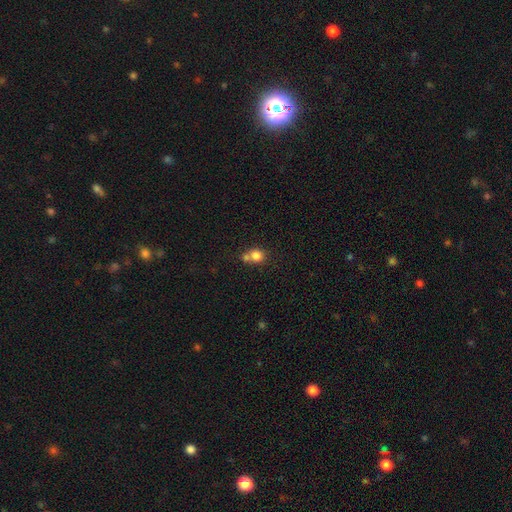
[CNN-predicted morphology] Q: Smooth or featured?
A: smooth (80%); runner-up: star or artifact (11%)
Q: How rounded?
A: round (79%); runner-up: in between (20%)
Q: Merging?
A: none (44%); runner-up: merger (43%)